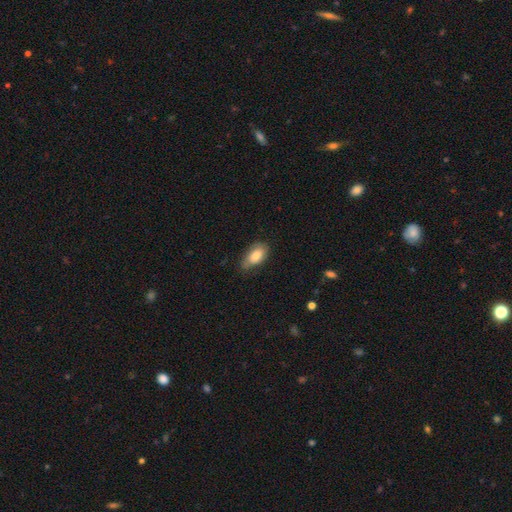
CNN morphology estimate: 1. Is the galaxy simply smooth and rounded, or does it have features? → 82% smooth, 11% featured or disk, 7% star or artifact.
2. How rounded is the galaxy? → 91% in between, 5% round, 4% cigar-shaped.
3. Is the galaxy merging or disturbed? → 60% none, 31% minor disturbance, 7% major disturbance, 2% merger.